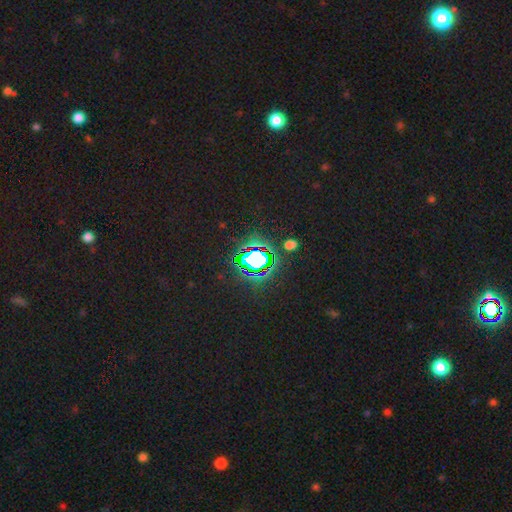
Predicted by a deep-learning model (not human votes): A star or artifact, not a galaxy (73%).